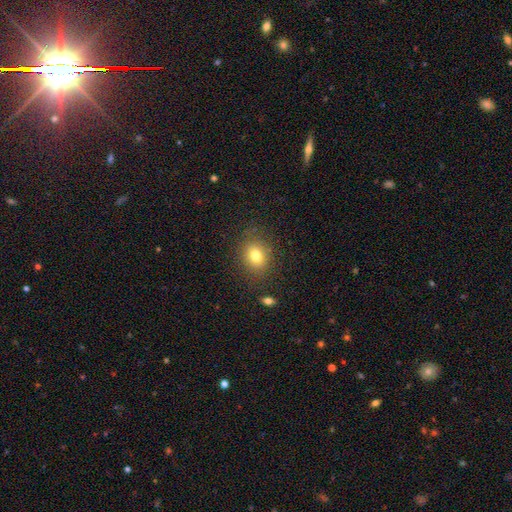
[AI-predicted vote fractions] Smooth or featured? Predicted: smooth (p=0.77). How rounded? Predicted: round (p=0.53). Merging? Predicted: none (p=0.83).